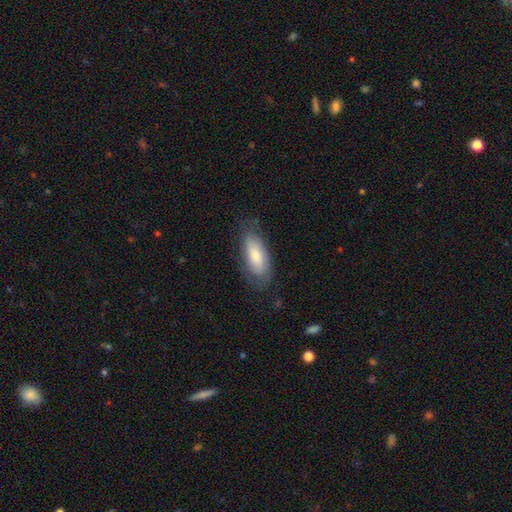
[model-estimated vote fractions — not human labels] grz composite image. It shows a smooth galaxy with no disk features (68%) that is in between round and cigar-shaped (83%). Merging: none (71%).